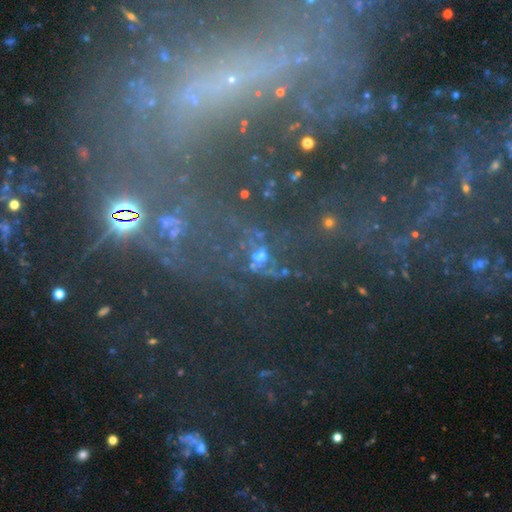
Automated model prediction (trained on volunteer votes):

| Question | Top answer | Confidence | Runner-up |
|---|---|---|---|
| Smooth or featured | star or artifact | 52% | featured or disk (26%) |